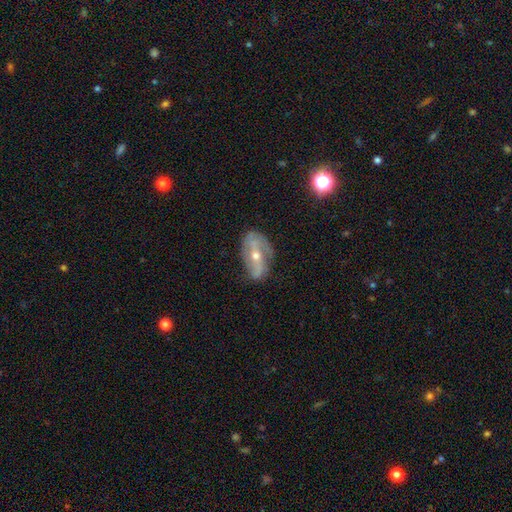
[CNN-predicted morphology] smooth_or_featured: featured or disk (p=0.77) [alt: smooth p=0.15]
disk_edge_on: no (p=0.89) [alt: yes p=0.11]
bar: strong (p=0.42) [alt: no p=0.30]
has_spiral_arms: yes (p=0.81) [alt: no p=0.19]
spiral_winding: loose (p=0.44) [alt: medium p=0.34]
spiral_arm_count: 2 (p=0.75) [alt: can't tell p=0.14]
bulge_size: moderate (p=0.51) [alt: small p=0.46]
merging: none (p=0.65) [alt: minor disturbance p=0.24]